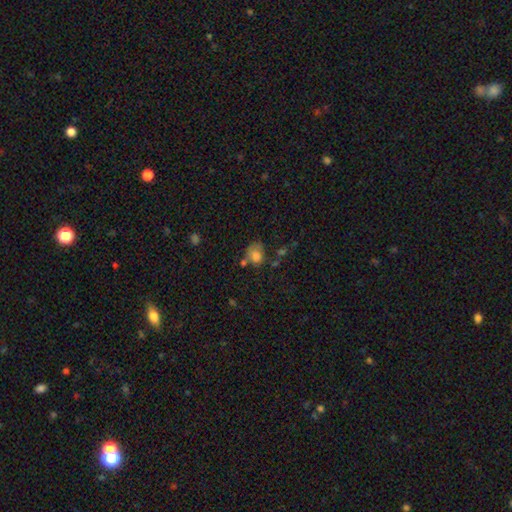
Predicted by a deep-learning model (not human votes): Morphology: type=smooth (74%); roundness=in between (54%); merging=none (37%).